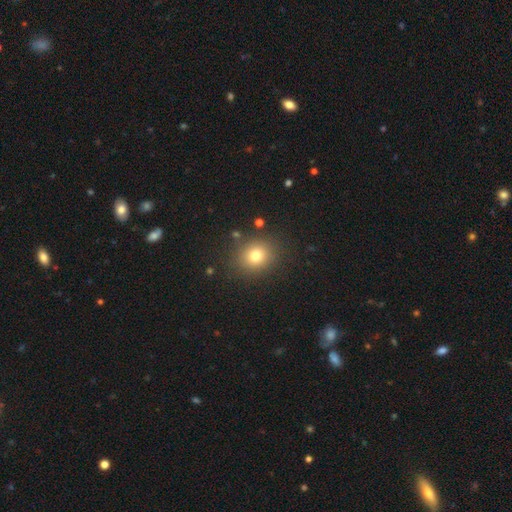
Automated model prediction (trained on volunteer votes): Q: Smooth or featured?
A: smooth (78%); runner-up: star or artifact (14%)
Q: How rounded?
A: round (74%); runner-up: in between (26%)
Q: Merging?
A: none (86%); runner-up: minor disturbance (9%)